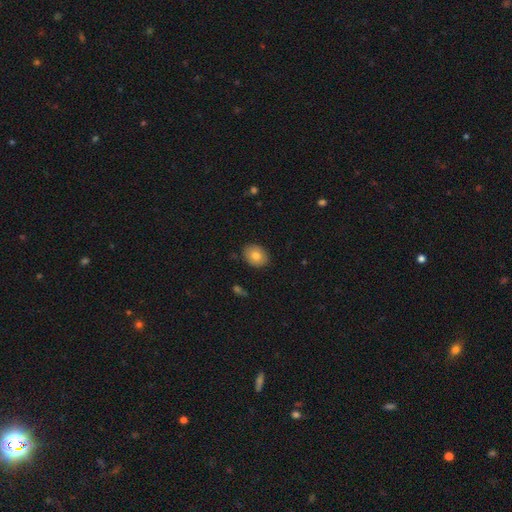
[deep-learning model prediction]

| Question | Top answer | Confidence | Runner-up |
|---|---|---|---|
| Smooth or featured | smooth | 80% | featured or disk (13%) |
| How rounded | in between | 61% | round (38%) |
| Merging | none | 87% | minor disturbance (10%) |